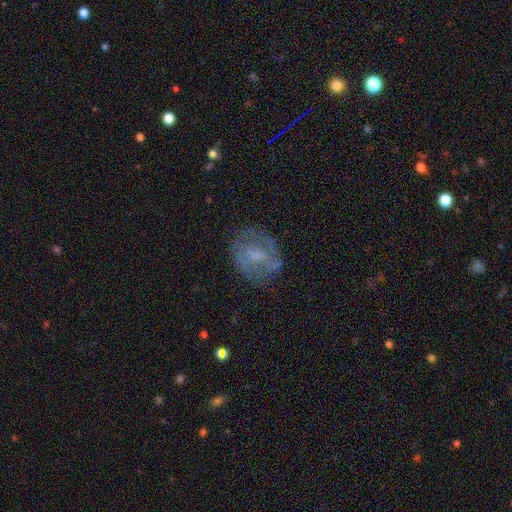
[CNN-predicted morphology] Overall: featured or disk (54%; smooth 35%). Edge-on disk: no (96%). Bar: no (48%; weak 42%). Spiral arms: yes (50%, tied with no). Bulge size: small (47%; moderate 31%). Merging: none (67%).